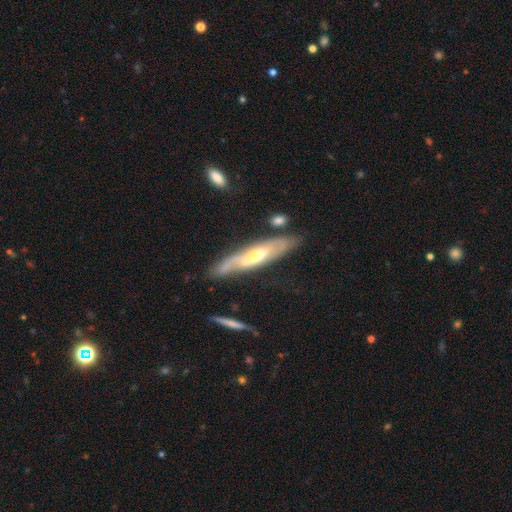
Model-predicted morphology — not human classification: The model was most divided on "edge-on disk": yes: 62%, no: 38%. More confident: smooth or featured — featured or disk (71%); merging — none (68%).